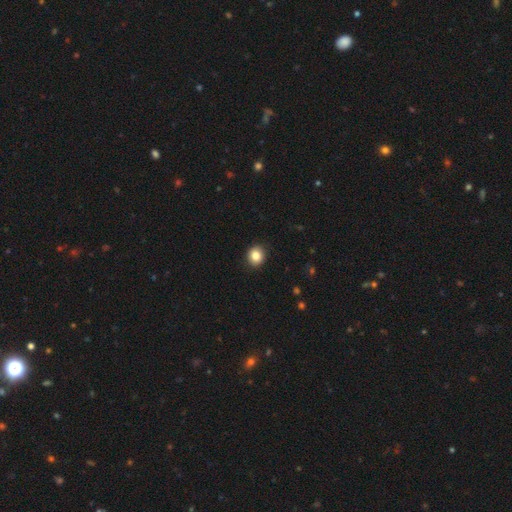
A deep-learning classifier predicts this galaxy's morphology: Overall: smooth (85%). How rounded: round (79%). Merging: none (92%).